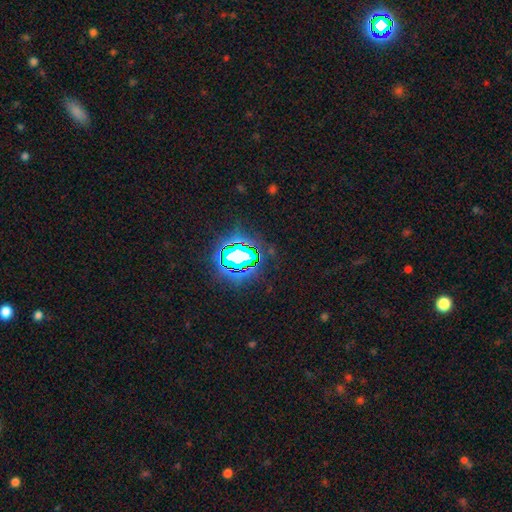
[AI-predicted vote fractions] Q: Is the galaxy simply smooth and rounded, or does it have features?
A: star or artifact — 82%.